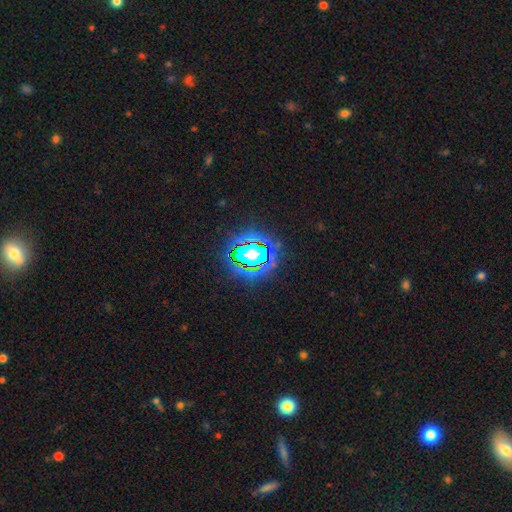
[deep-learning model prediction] smooth_or_featured: star or artifact (p=0.74) [alt: smooth p=0.14]